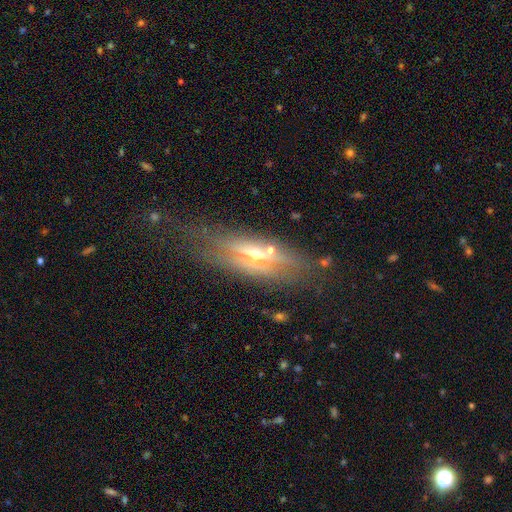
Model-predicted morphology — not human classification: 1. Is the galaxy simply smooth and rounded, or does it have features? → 62% featured or disk, 27% smooth, 11% star or artifact.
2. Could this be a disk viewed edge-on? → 71% yes, 29% no.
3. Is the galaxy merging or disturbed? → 63% none, 20% minor disturbance, 12% major disturbance, 6% merger.